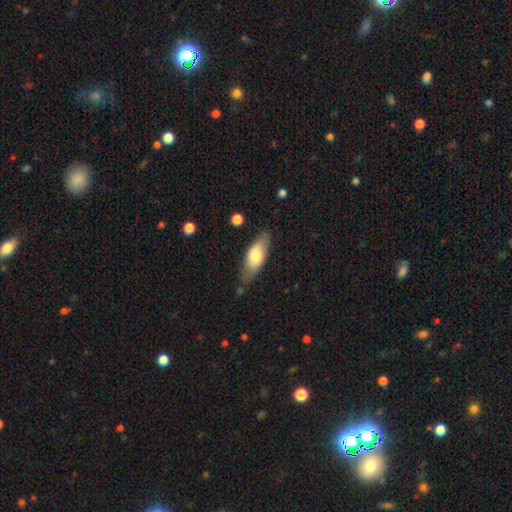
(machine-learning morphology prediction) Smooth or featured? smooth (70%)
How rounded? in between (77%)
Merging? none (74%)